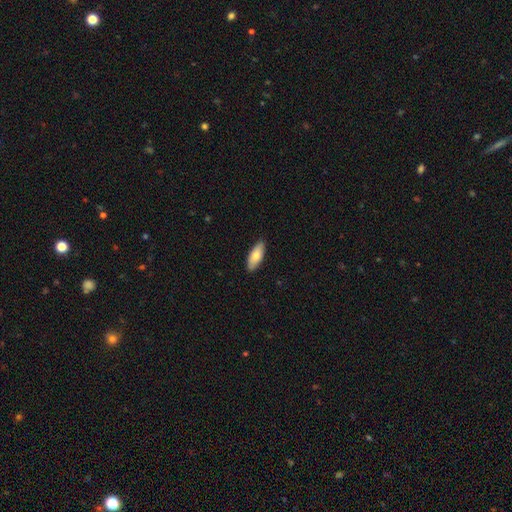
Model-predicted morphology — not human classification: A smooth galaxy with no disk features (78%) that is in between round and cigar-shaped (80%). Merging: none (89%).